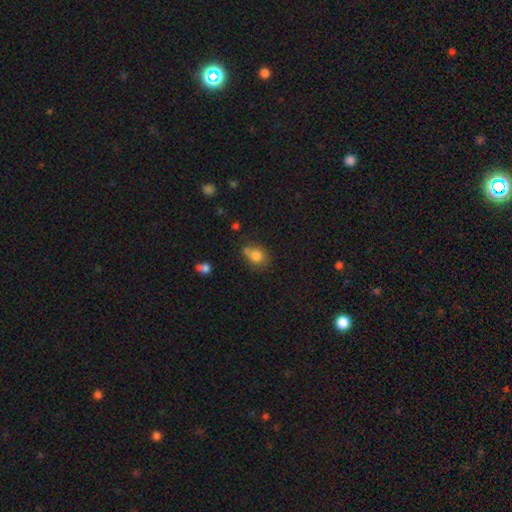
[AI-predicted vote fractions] The model was most divided on "how rounded": round: 59%, in between: 40%, cigar-shaped: 1%. Remaining: smooth or featured — smooth (79%); merging — none (50%).